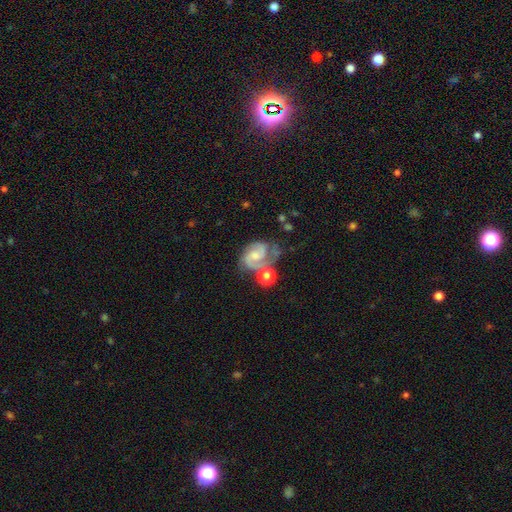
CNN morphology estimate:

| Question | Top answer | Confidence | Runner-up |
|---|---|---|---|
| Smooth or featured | featured or disk | 85% | smooth (9%) |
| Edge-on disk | no | 98% | yes (2%) |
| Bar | no | 56% | weak (37%) |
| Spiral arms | yes | 97% | no (3%) |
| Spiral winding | medium | 51% | tight (38%) |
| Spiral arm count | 2 | 85% | 3 (5%) |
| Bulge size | small | 48% | moderate (40%) |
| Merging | none | 49% | minor disturbance (21%) |